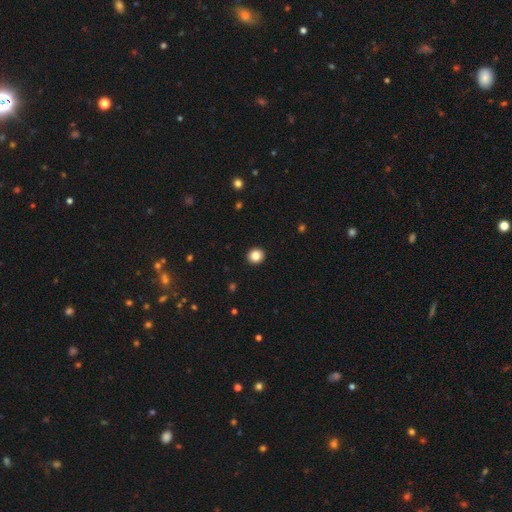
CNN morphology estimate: This appears to be a smooth galaxy with no disk features (84%) that is round (92%). Merging: none (94%).